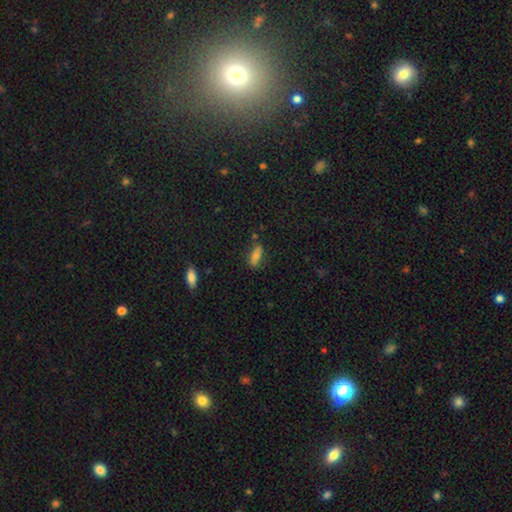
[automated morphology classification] smooth 69%, featured or disk 20%, star or artifact 11%. Down the decision tree: how rounded — in between (64%); merging — none (74%).